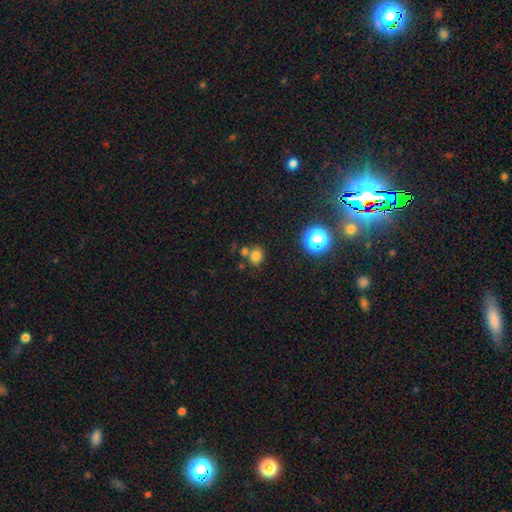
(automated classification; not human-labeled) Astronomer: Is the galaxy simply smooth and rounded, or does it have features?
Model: smooth — 76%.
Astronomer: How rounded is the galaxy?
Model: round — 64%.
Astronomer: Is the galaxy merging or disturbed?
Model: none — 62%.